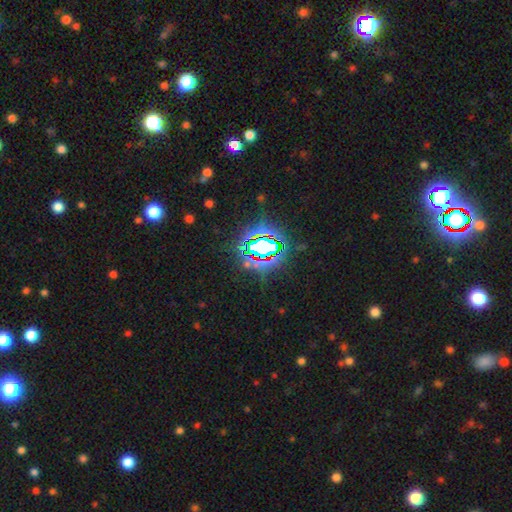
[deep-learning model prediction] Morphology: type=star or artifact (82%).